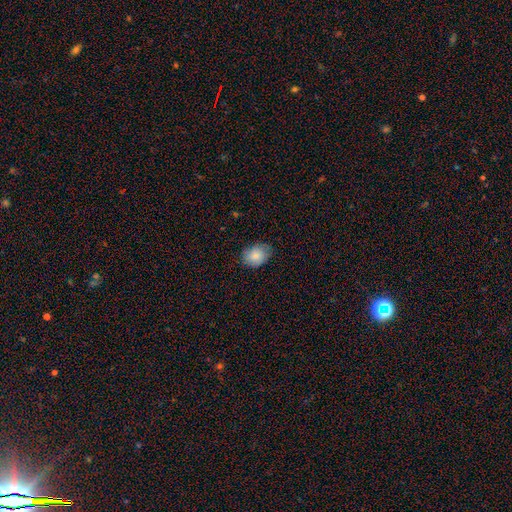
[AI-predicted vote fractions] Smooth or featured? smooth (85%)
How rounded? in between (55%)
Merging? none (76%)